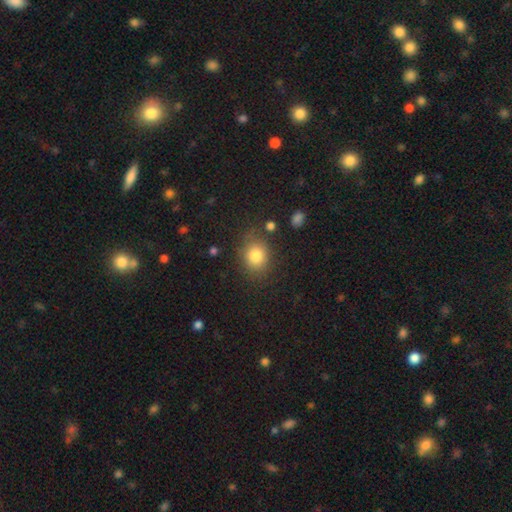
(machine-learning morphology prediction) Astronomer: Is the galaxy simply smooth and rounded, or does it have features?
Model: smooth — 82%.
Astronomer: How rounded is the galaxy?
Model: round — 57% (runner-up: in between, 42%).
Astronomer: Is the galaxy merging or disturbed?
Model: none — 76%.